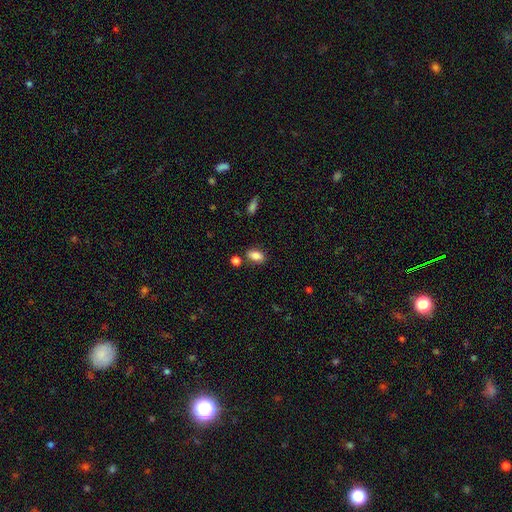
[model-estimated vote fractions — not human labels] This appears to be a smooth galaxy with no disk features (85%) that is in between round and cigar-shaped (89%). Merging: none (78%).